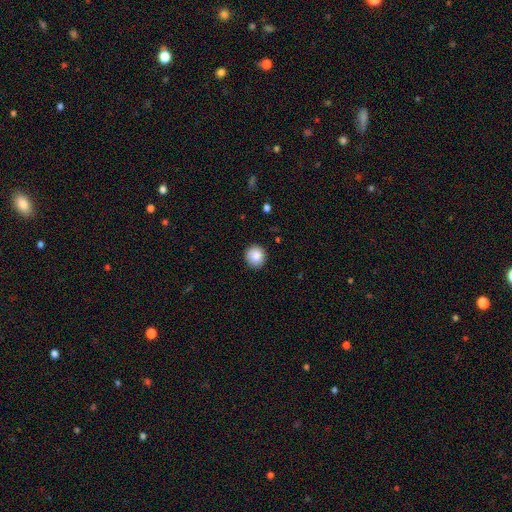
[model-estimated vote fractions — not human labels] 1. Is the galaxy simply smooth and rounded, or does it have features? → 86% smooth, 8% star or artifact, 5% featured or disk.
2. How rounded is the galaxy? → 93% round, 6% in between, 1% cigar-shaped.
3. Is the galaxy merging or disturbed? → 91% none, 7% minor disturbance, 2% major disturbance, 1% merger.